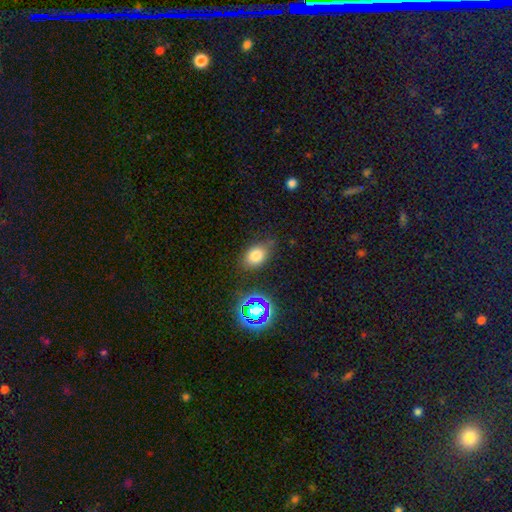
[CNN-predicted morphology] Smooth or featured?
  - smooth: 76% *
  - star or artifact: 14%
  - featured or disk: 10%
How rounded?
  - in between: 78% *
  - round: 20%
  - cigar-shaped: 2%
Merging?
  - none: 74% *
  - minor disturbance: 18%
  - major disturbance: 5%
  - merger: 3%